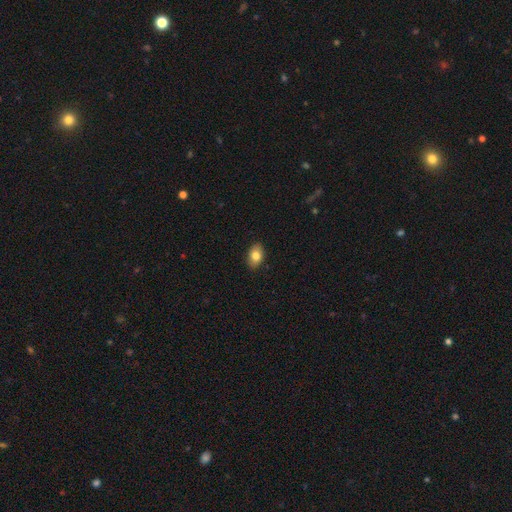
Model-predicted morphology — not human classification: Smooth or featured? Predicted: smooth (p=0.82). How rounded? Predicted: in between (p=0.87). Merging? Predicted: none (p=0.89).